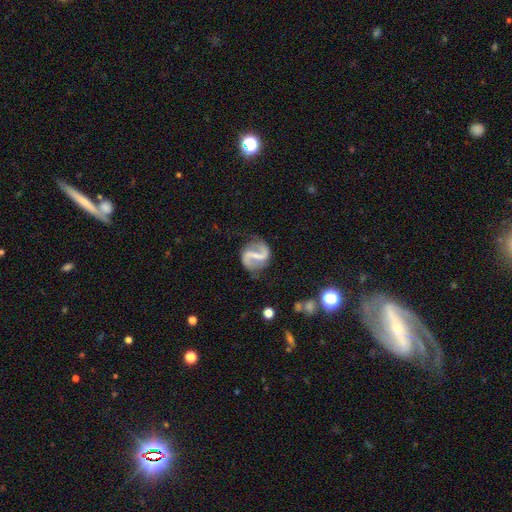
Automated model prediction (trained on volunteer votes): Smooth or featured? featured or disk (90%)
Edge-on disk? no (98%)
Bar? strong (59%)
Spiral arms? yes (96%)
Spiral winding? loose (46%)
Spiral arm count? 2 (94%)
Bulge size? small (57%)
Merging? none (78%)